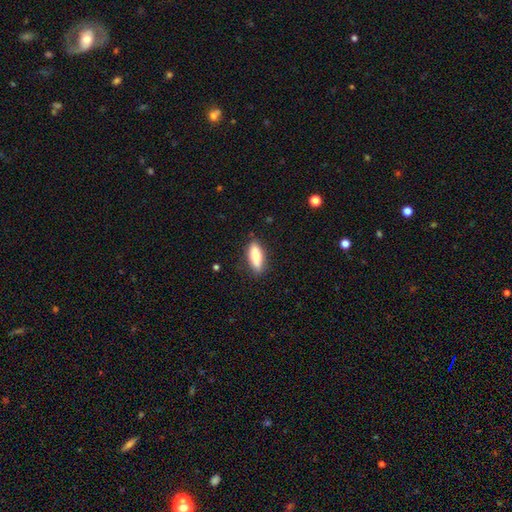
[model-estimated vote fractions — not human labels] This is likely a smooth galaxy (80%). How rounded: possibly in between (58%). Merging: clearly none (85%).